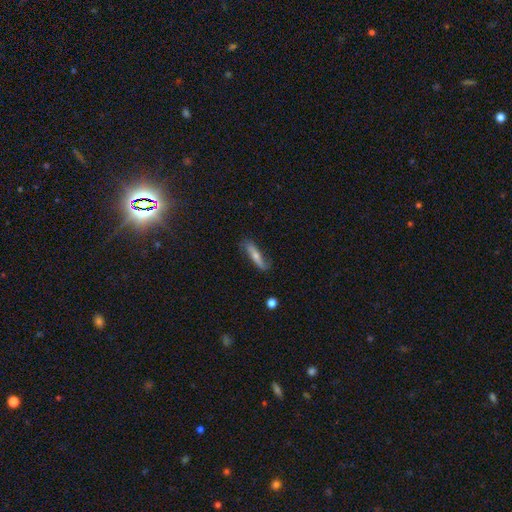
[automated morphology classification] A featured or disk galaxy (49%). Merging: none (70%).